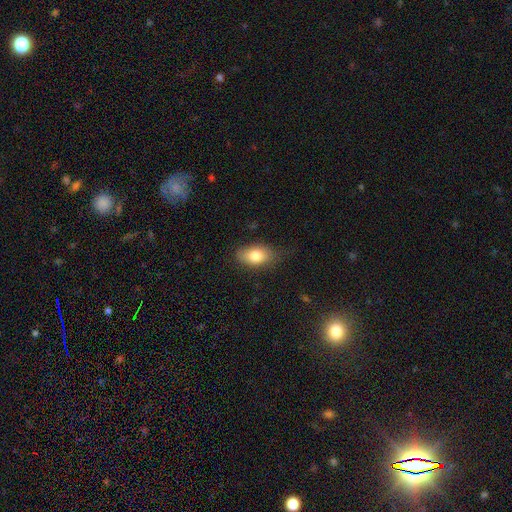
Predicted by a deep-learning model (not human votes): Overall: smooth (80%). How rounded: in between (88%). Merging: none (72%).